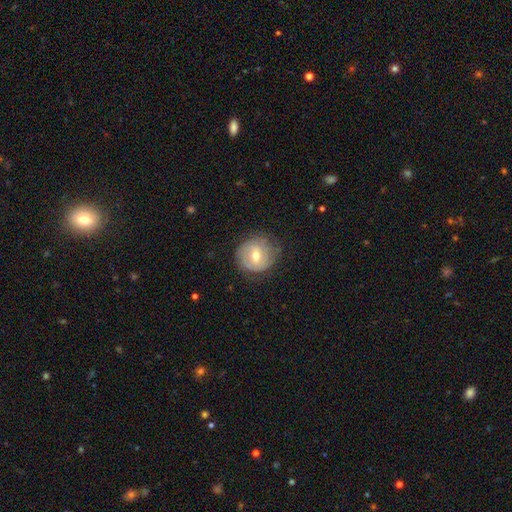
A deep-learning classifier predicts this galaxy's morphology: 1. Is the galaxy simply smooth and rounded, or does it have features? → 52% featured or disk, 42% smooth, 7% star or artifact.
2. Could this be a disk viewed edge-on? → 97% no, 3% yes.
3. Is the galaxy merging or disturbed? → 73% none, 19% minor disturbance, 7% major disturbance, 1% merger.